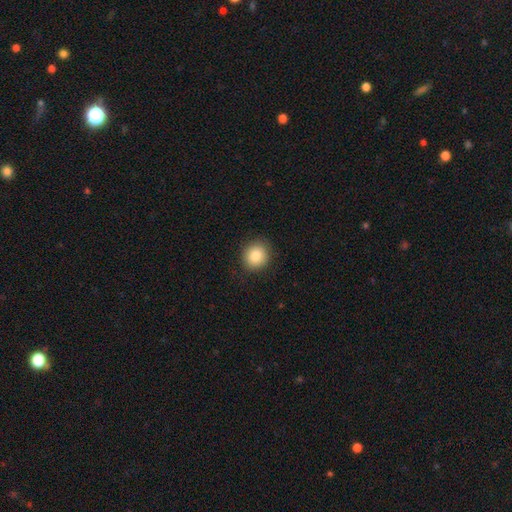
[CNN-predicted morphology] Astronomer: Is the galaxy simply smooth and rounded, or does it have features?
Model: smooth — 87%.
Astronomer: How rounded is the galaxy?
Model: round — 82%.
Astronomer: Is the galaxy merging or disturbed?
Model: none — 89%.